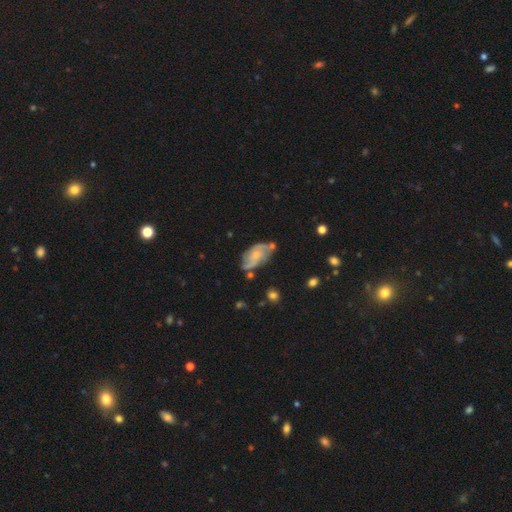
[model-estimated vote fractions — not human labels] A featured or disk galaxy (68%) with no bar (66%), 2 (57%) medium (43%) spiral arms (85%) and a small central bulge (59%). Merging: none (54%).